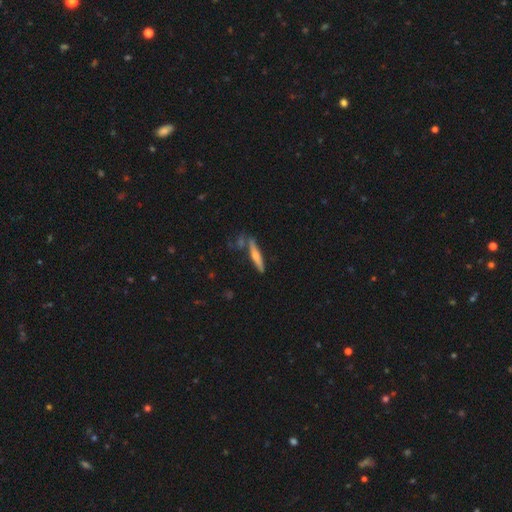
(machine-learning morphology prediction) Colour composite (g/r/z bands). It shows a featured or disk galaxy (48%). Merging: none (75%).